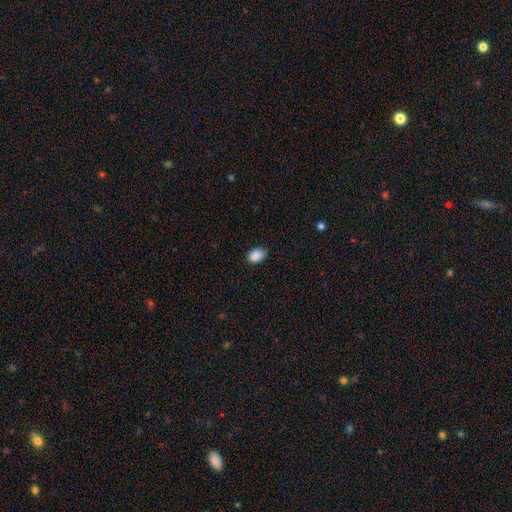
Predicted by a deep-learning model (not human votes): Q: Smooth or featured?
A: smooth (88%); runner-up: star or artifact (8%)
Q: How rounded?
A: in between (80%); runner-up: round (19%)
Q: Merging?
A: none (74%); runner-up: minor disturbance (21%)